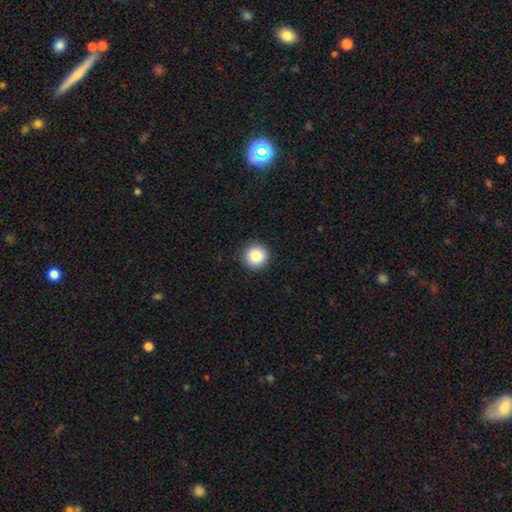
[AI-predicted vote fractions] Smooth or featured?
  - smooth: 85% *
  - star or artifact: 9%
  - featured or disk: 6%
How rounded?
  - round: 96% *
  - in between: 3%
  - cigar-shaped: 1%
Merging?
  - none: 92% *
  - minor disturbance: 5%
  - major disturbance: 2%
  - merger: 1%